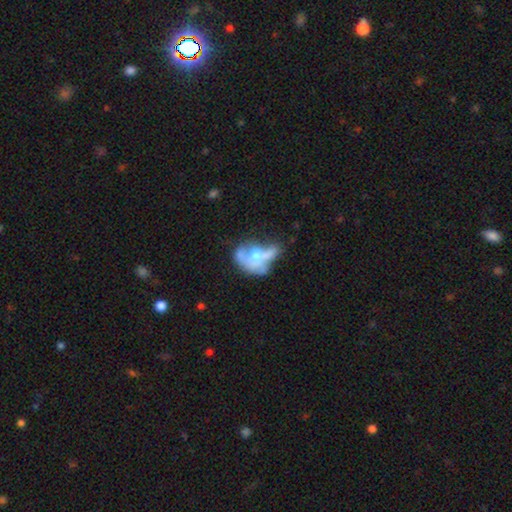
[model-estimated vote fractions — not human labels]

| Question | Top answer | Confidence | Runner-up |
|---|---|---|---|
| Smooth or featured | featured or disk | 49% | smooth (41%) |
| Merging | merger | 40% | major disturbance (26%) |